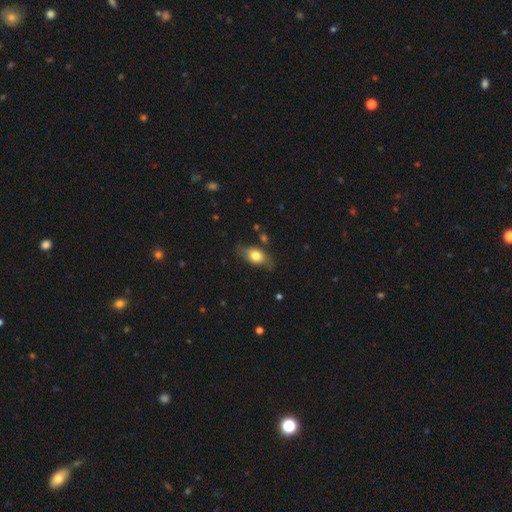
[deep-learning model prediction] Smooth or featured? smooth (69%)
How rounded? in between (83%)
Merging? none (69%)